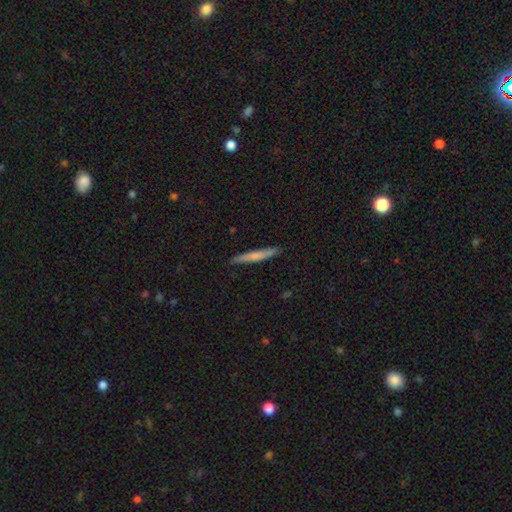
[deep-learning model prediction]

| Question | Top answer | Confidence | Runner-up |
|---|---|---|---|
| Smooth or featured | smooth | 63% | featured or disk (31%) |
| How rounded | cigar-shaped | 96% | in between (3%) |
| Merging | none | 89% | minor disturbance (8%) |